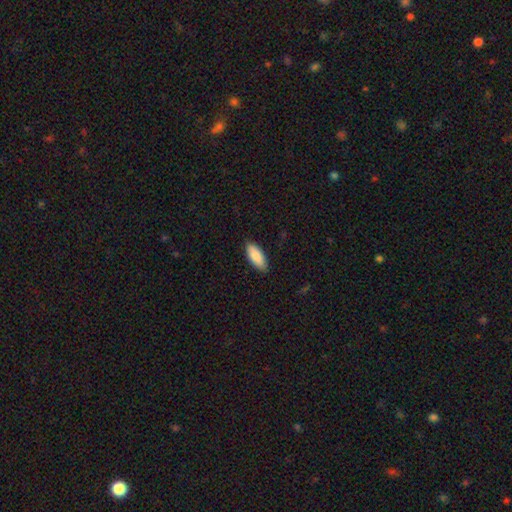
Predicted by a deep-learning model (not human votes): This appears to be a smooth galaxy with no disk features (87%) that is in between round and cigar-shaped (82%). Merging: none (87%).